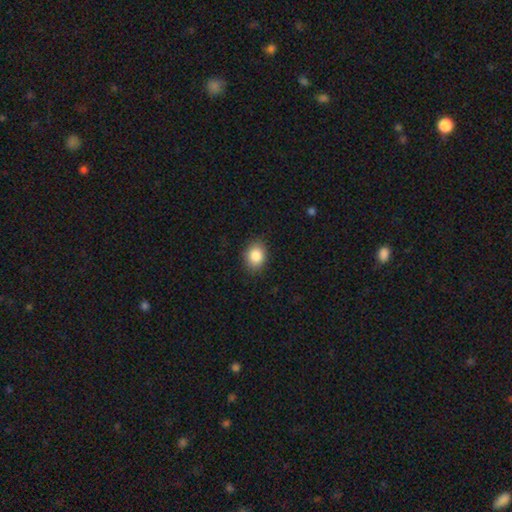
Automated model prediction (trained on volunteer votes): Smooth or featured?
  - smooth: 86% *
  - star or artifact: 9%
  - featured or disk: 5%
How rounded?
  - in between: 54% *
  - round: 45%
  - cigar-shaped: 1%
Merging?
  - none: 87% *
  - minor disturbance: 10%
  - major disturbance: 2%
  - merger: 1%